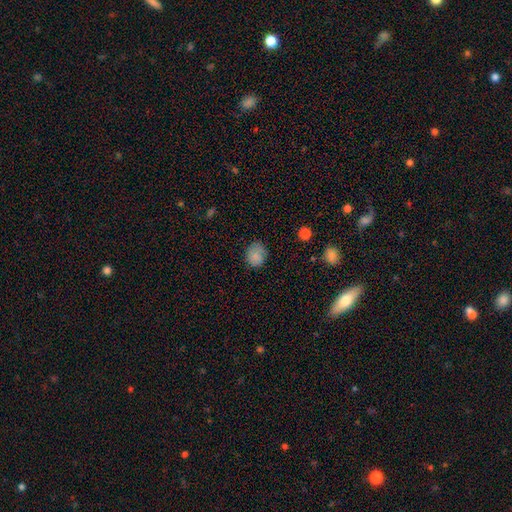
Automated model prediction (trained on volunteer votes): smooth 83%, star or artifact 10%, featured or disk 7%. Down the decision tree: how rounded — round (63%); merging — none (74%).